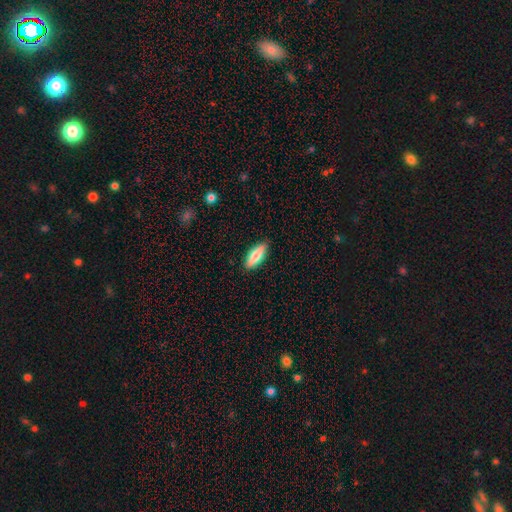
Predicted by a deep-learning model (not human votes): Smooth or featured?
  - smooth: 73% *
  - featured or disk: 21%
  - star or artifact: 6%
How rounded?
  - in between: 54% *
  - cigar-shaped: 44%
  - round: 2%
Merging?
  - none: 88% *
  - minor disturbance: 9%
  - major disturbance: 2%
  - merger: 1%